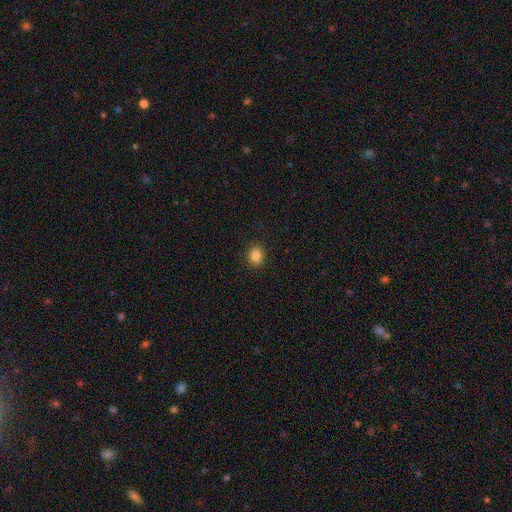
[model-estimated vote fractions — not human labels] The model was most divided on "how rounded": round: 71%, in between: 28%, cigar-shaped: 1%. More confident: merging — none (91%); smooth or featured — smooth (85%).